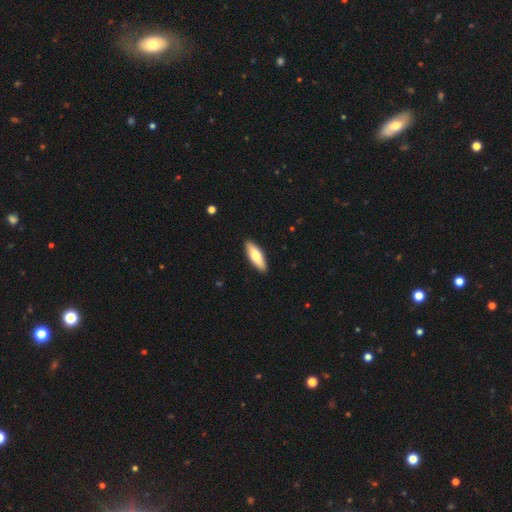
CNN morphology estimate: A smooth galaxy with no disk features (70%) that is in between round and cigar-shaped (55%). Merging: none (90%).